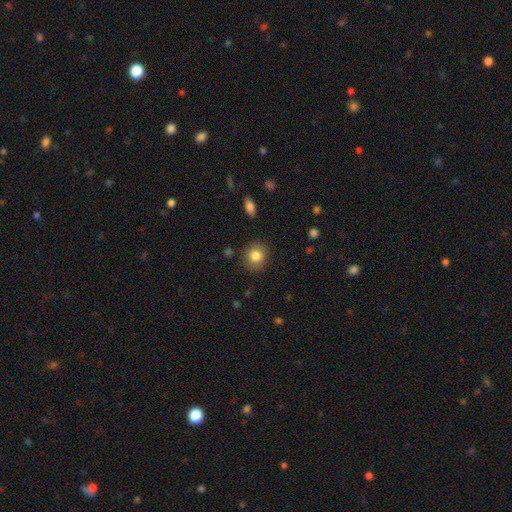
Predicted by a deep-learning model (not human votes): This is clearly a smooth galaxy (83%). How rounded: clearly round (82%). Merging: clearly none (87%).